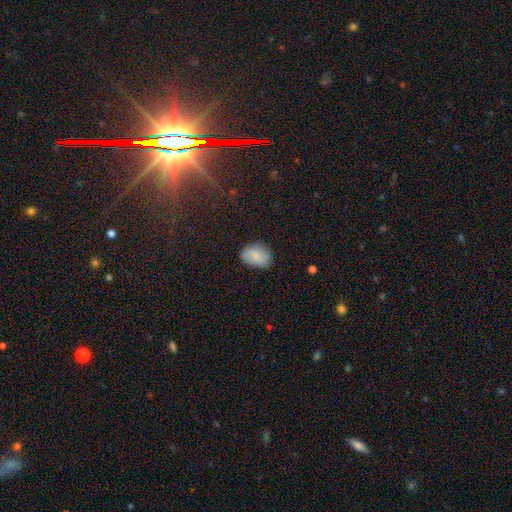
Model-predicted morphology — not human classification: Smooth or featured: smooth — 80% (featured or disk — 12%)
How rounded: in between — 78% (round — 20%)
Merging: none — 69% (minor disturbance — 25%)